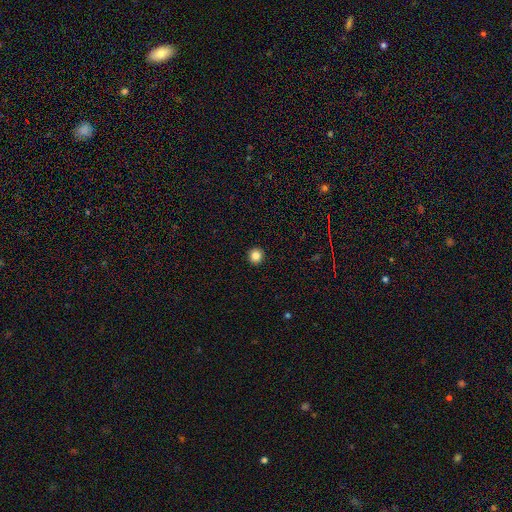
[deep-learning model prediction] smooth_or_featured: smooth (p=0.85) [alt: star or artifact p=0.11]
how_rounded: round (p=0.94) [alt: in between p=0.05]
merging: none (p=0.94) [alt: minor disturbance p=0.04]